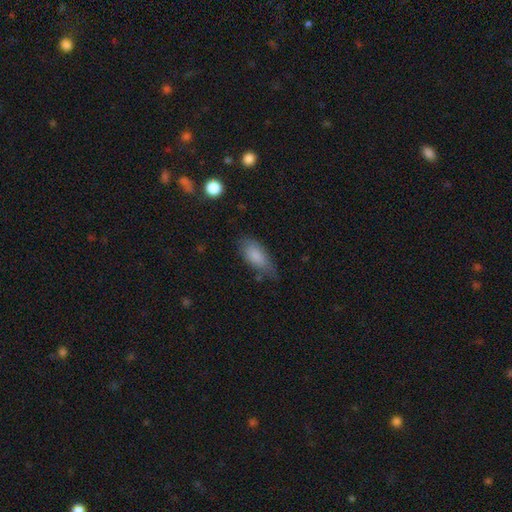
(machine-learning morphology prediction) Smooth or featured: smooth — 83% (featured or disk — 11%)
How rounded: in between — 87% (cigar-shaped — 10%)
Merging: none — 53% (minor disturbance — 34%)